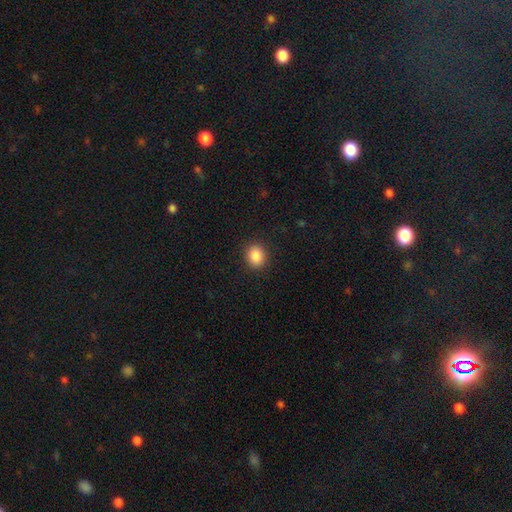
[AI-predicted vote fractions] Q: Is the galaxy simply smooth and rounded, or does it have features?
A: smooth — 87%.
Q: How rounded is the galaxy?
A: round — 61%.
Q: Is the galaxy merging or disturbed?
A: none — 90%.